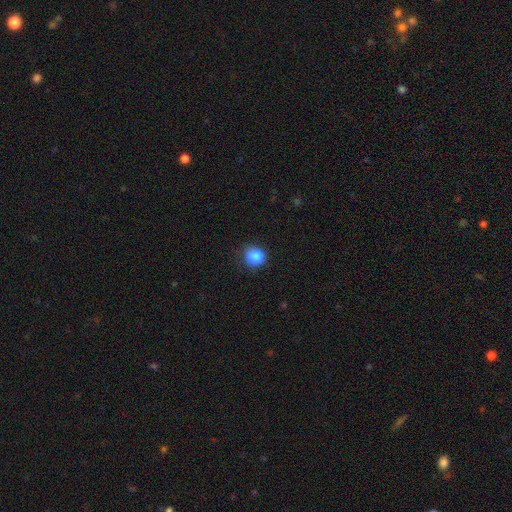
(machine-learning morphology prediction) smooth_or_featured: smooth (p=0.85) [alt: star or artifact p=0.11]
how_rounded: round (p=0.87) [alt: in between p=0.12]
merging: none (p=0.83) [alt: minor disturbance p=0.13]